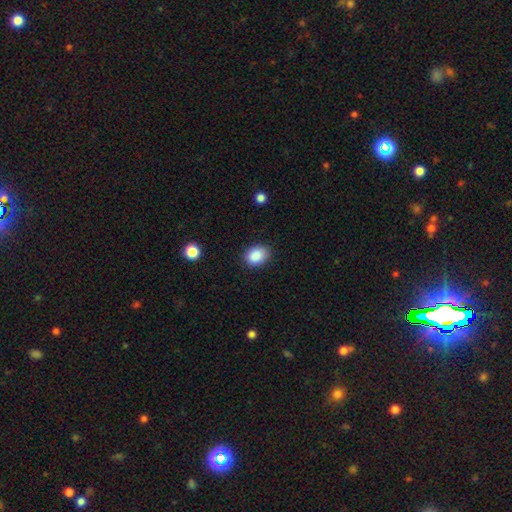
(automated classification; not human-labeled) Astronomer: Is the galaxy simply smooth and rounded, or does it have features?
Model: smooth — 87%.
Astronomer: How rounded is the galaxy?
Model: in between — 63%.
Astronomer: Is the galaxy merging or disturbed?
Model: none — 85%.